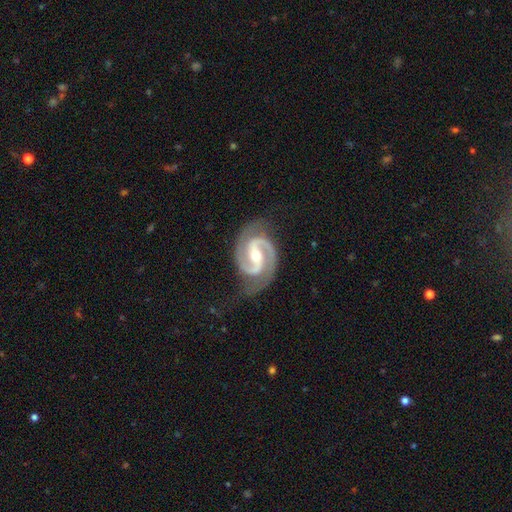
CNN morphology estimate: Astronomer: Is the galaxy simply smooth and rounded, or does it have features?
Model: featured or disk — 94%.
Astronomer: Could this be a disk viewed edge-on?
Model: no — 98%.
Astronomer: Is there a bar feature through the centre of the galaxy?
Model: strong — 44% (runner-up: weak, 36%).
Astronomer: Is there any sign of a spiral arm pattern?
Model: yes — 99%.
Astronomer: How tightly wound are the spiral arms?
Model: medium — 61%.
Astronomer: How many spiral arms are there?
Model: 2 — 95%.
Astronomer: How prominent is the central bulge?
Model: moderate — 57% (runner-up: small, 40%).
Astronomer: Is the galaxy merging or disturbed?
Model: none — 77%.